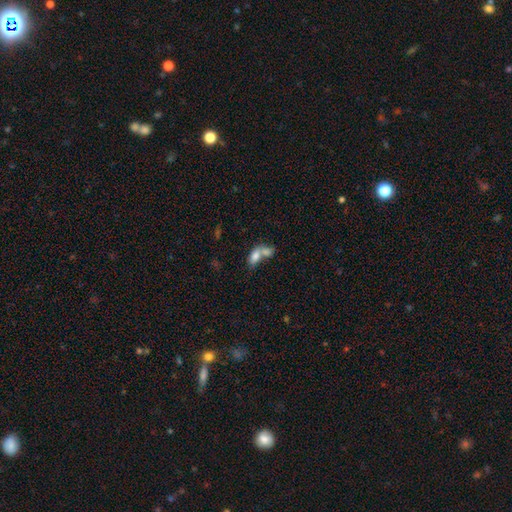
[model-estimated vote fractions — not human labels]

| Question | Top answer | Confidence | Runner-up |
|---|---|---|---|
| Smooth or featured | smooth | 75% | featured or disk (16%) |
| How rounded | in between | 86% | round (10%) |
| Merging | merger | 70% | none (18%) |